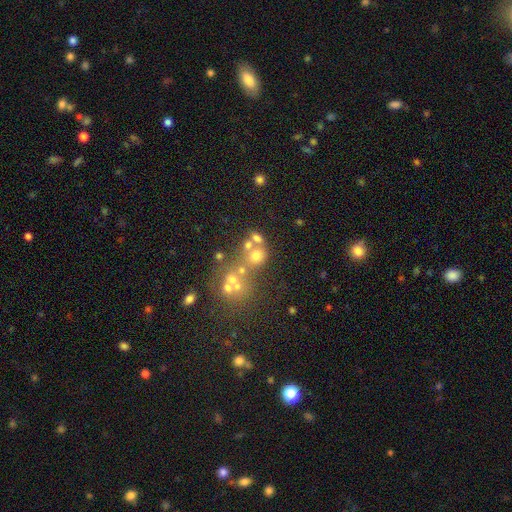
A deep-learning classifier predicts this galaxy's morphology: smooth_or_featured: smooth (p=0.47) [alt: featured or disk p=0.30]
merging: none (p=0.41) [alt: merger p=0.40]